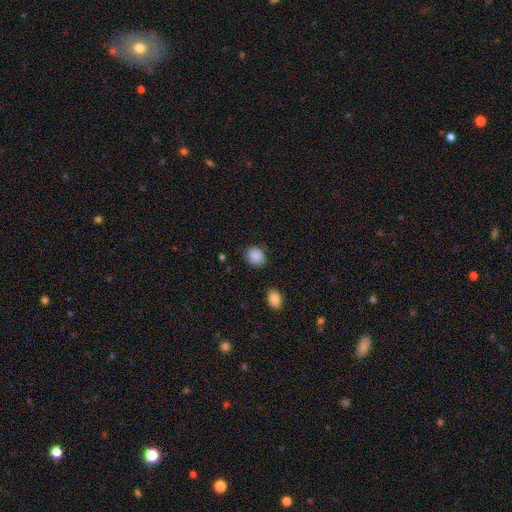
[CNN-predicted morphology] smooth-or-featured: smooth: 89% | star or artifact: 8% | featured or disk: 3%
  how-rounded: round: 70% | in between: 29% | cigar-shaped: 1%
  merging: none: 83% | minor disturbance: 12% | major disturbance: 3% | merger: 2%